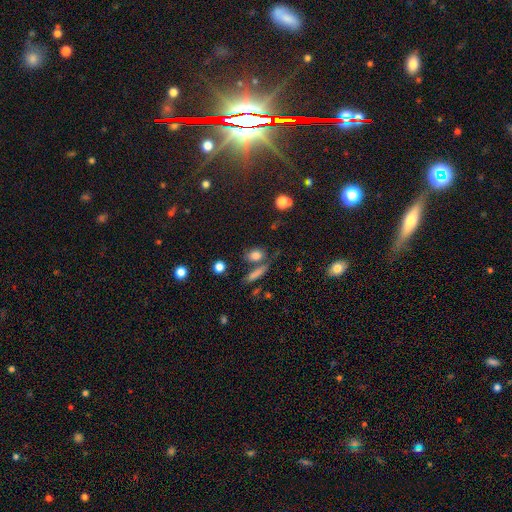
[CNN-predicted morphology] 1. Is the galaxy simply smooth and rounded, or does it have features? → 79% smooth, 12% star or artifact, 9% featured or disk.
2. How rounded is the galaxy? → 59% in between, 33% round, 8% cigar-shaped.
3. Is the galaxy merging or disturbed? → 65% none, 17% merger, 13% minor disturbance, 5% major disturbance.